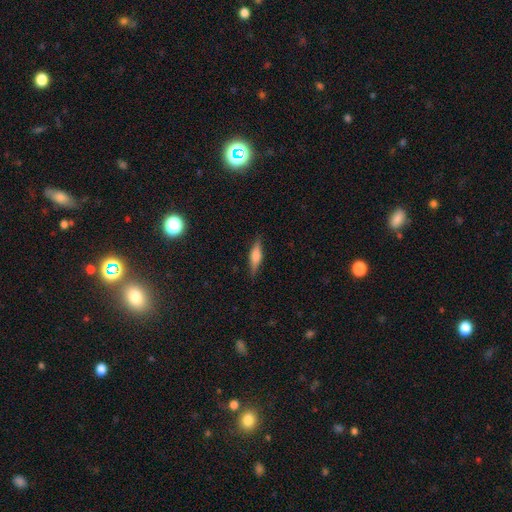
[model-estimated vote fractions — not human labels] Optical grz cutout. It shows a smooth galaxy with no disk features (57%) that is cigar-shaped (61%). Merging: none (85%).